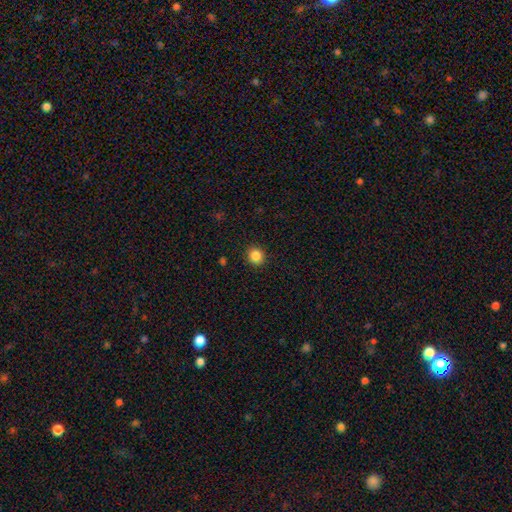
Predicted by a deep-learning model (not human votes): Q: Smooth or featured?
A: smooth (86%); runner-up: star or artifact (11%)
Q: How rounded?
A: round (90%); runner-up: in between (9%)
Q: Merging?
A: none (92%); runner-up: minor disturbance (5%)